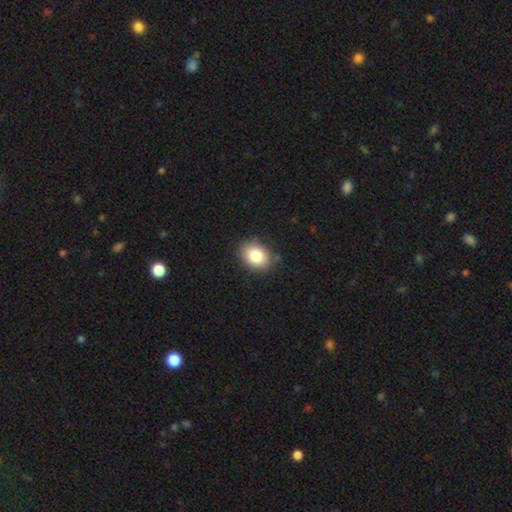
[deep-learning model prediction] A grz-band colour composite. It shows a smooth galaxy with no disk features (83%) that is in between round and cigar-shaped (60%). Merging: none (84%).